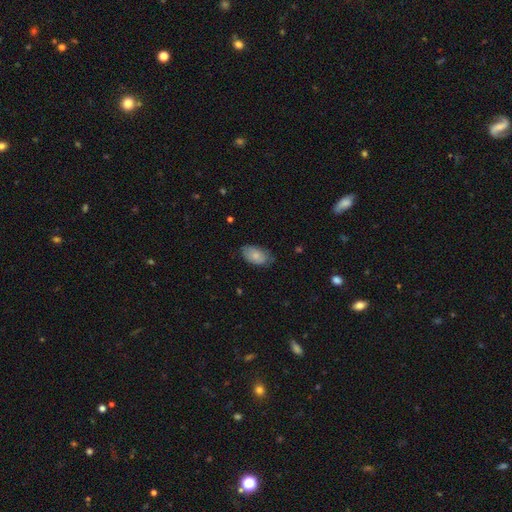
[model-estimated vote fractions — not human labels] A smooth galaxy with no disk features (76%) that is in between round and cigar-shaped (93%). Merging: none (66%).